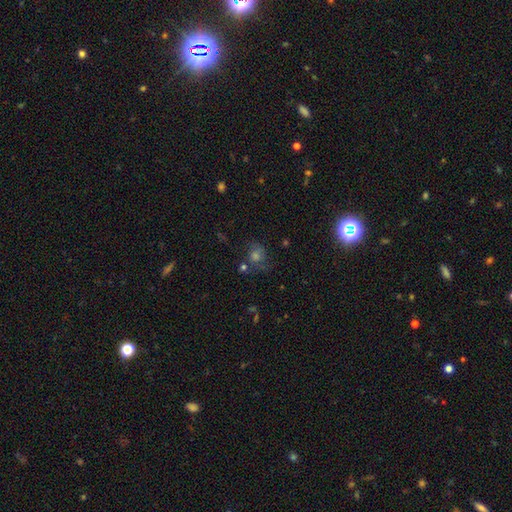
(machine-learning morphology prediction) A star or artifact, not a galaxy (38%, tied with smooth).

Vote fractions:
- Smooth or featured? star or artifact: 38% (tied) / smooth: 38% (tied) / featured or disk: 24%